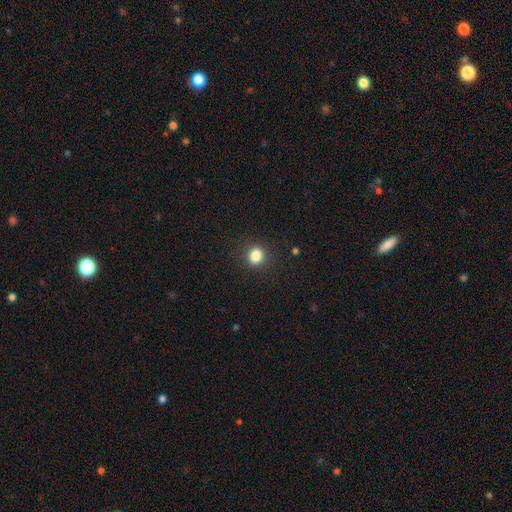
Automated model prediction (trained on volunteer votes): Overall: smooth (84%). How rounded: round (81%). Merging: none (89%).